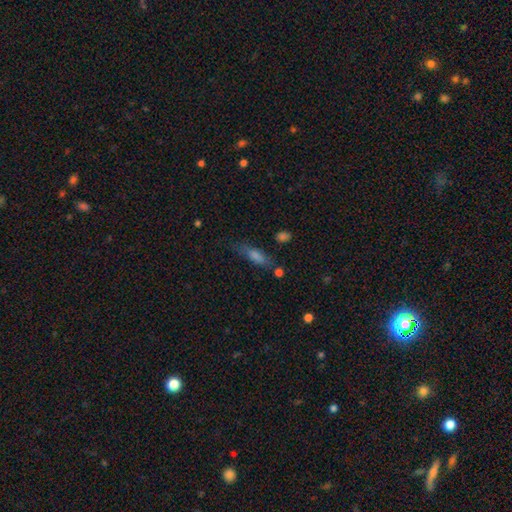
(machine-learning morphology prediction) This appears to be a smooth galaxy with no disk features (56%) that is cigar-shaped (61%). Merging: none (68%).